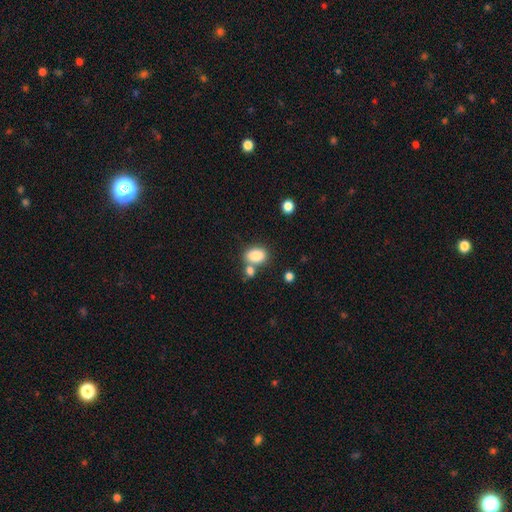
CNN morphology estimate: A smooth galaxy with no disk features (85%) that is in between round and cigar-shaped (74%). Merging: none (56%).